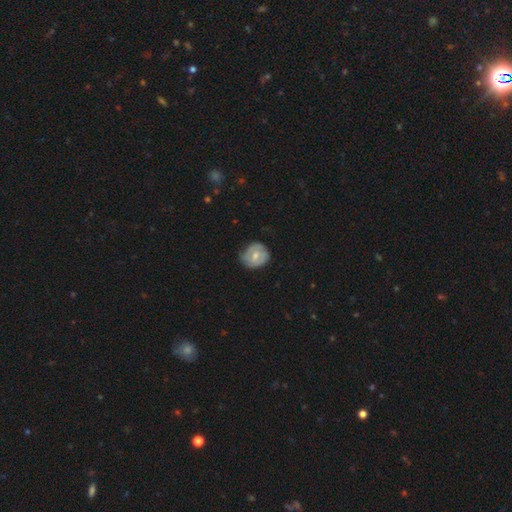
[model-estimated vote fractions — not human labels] This appears to be a smooth galaxy with no disk features (50%) that is round (79%). Merging: none (69%).